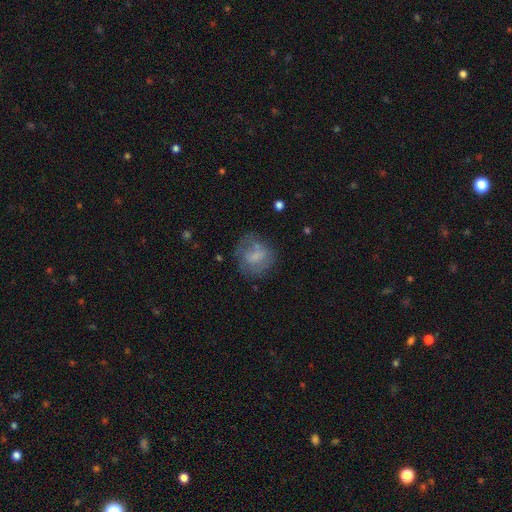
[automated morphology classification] A smooth galaxy with no disk features (59%) that is round (73%). Merging: none (56%).